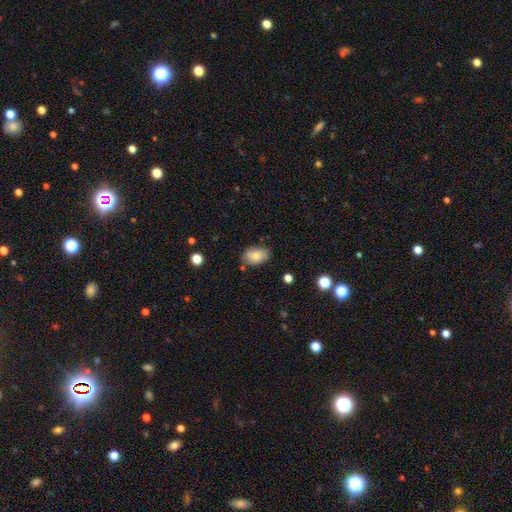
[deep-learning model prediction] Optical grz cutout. It shows a smooth galaxy with no disk features (80%) that is in between round and cigar-shaped (86%). Merging: none (71%).